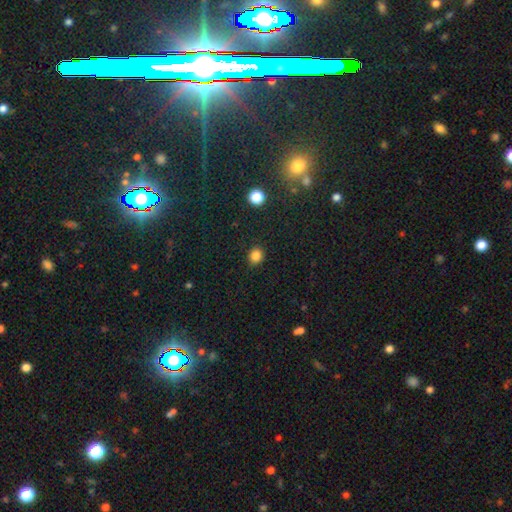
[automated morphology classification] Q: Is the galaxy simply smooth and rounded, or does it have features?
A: smooth — 84%.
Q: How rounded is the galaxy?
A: round — 75%.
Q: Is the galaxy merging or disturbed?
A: none — 88%.